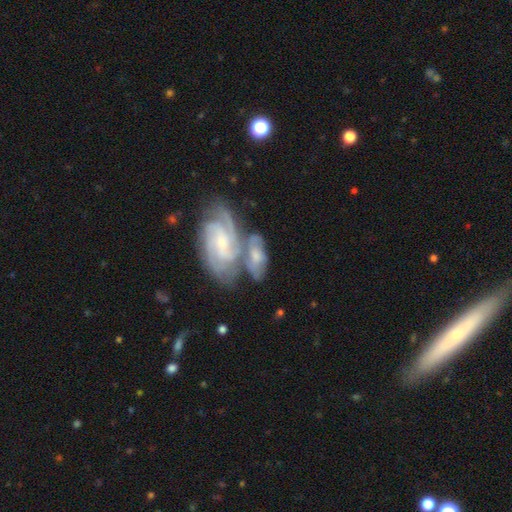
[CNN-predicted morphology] smooth-or-featured: featured or disk: 65% | smooth: 29% | star or artifact: 6%
  disk-edge-on: no: 92% | yes: 8%
    bar: no: 57% | weak: 34% | strong: 9%
    has-spiral-arms: yes: 82% | no: 18%
    bulge-size: small: 42% | moderate: 39% | none: 11% | large: 7% | dominant: 2%
  merging: merger: 58% | none: 23% | minor disturbance: 11% | major disturbance: 8%